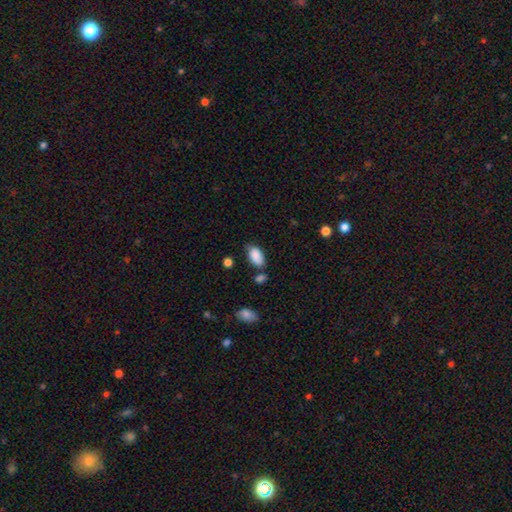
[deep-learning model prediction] A smooth galaxy with no disk features (87%) that is in between round and cigar-shaped (93%). Merging: none (61%).